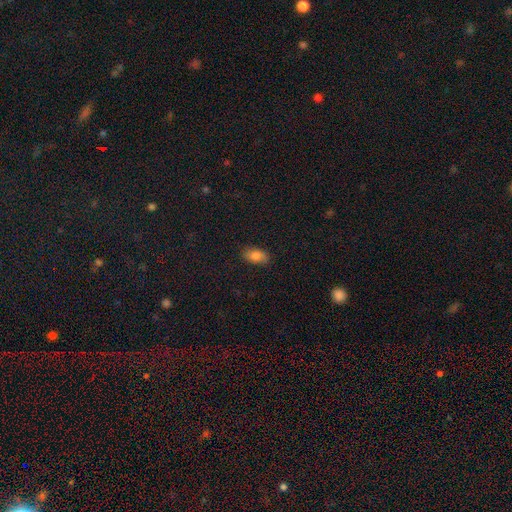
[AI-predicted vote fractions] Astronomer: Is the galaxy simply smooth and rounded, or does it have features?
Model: smooth — 82%.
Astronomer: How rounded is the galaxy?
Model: in between — 92%.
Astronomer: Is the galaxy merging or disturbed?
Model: none — 84%.